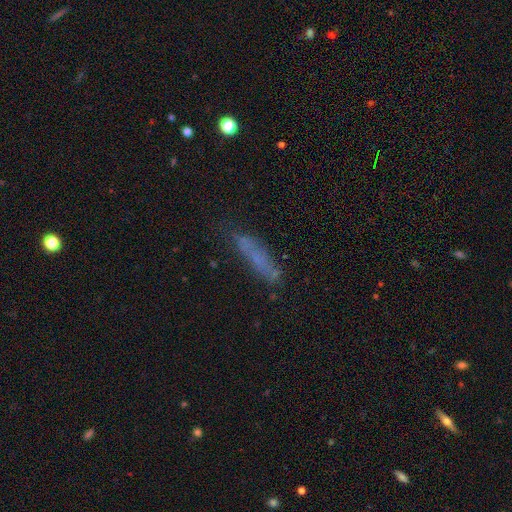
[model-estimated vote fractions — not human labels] smooth_or_featured: smooth (p=0.57) [alt: featured or disk p=0.28]
how_rounded: cigar-shaped (p=0.79) [alt: in between p=0.18]
merging: none (p=0.66) [alt: minor disturbance p=0.21]